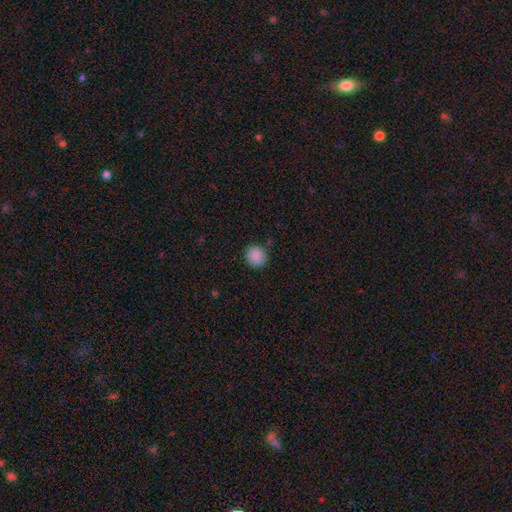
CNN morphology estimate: Smooth or featured: smooth — 89% (star or artifact — 9%)
How rounded: round — 89% (in between — 10%)
Merging: none — 88% (minor disturbance — 8%)